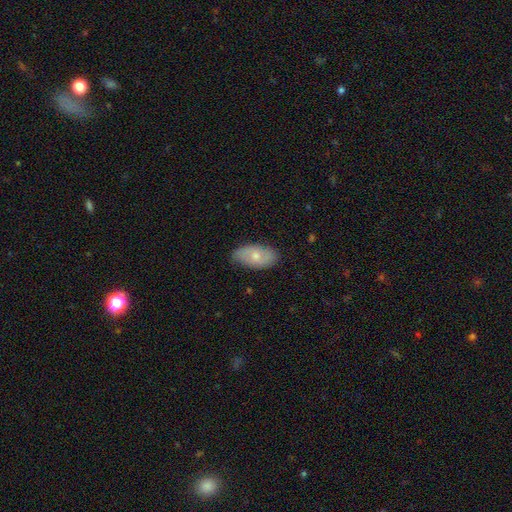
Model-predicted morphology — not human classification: smooth_or_featured: smooth (p=0.61) [alt: featured or disk p=0.33]
how_rounded: in between (p=0.93) [alt: round p=0.04]
merging: none (p=0.79) [alt: minor disturbance p=0.18]